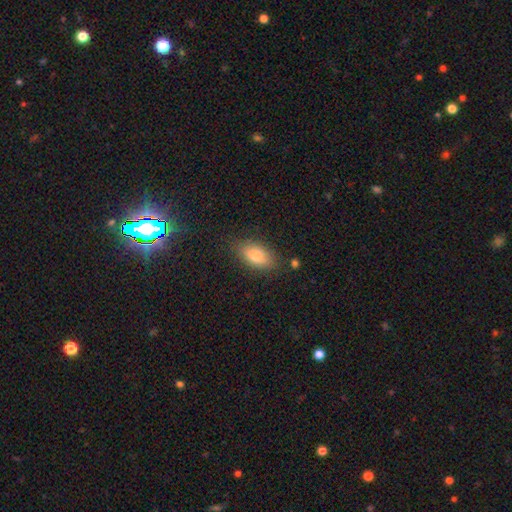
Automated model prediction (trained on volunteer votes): smooth_or_featured: smooth (p=0.78) [alt: featured or disk p=0.12]
how_rounded: in between (p=0.87) [alt: cigar-shaped p=0.07]
merging: none (p=0.82) [alt: minor disturbance p=0.13]